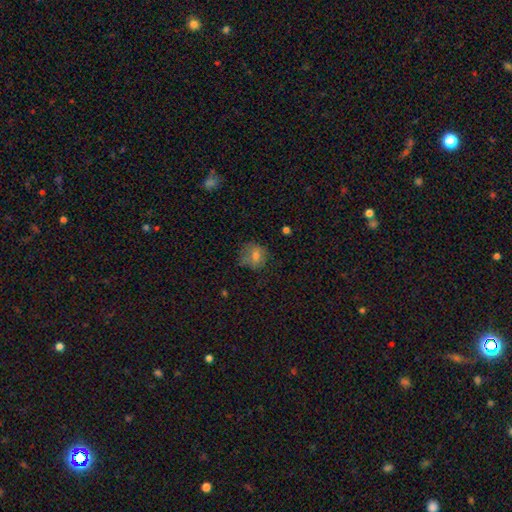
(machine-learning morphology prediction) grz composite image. It shows a smooth galaxy with no disk features (73%) that is round (80%). Merging: none (62%).